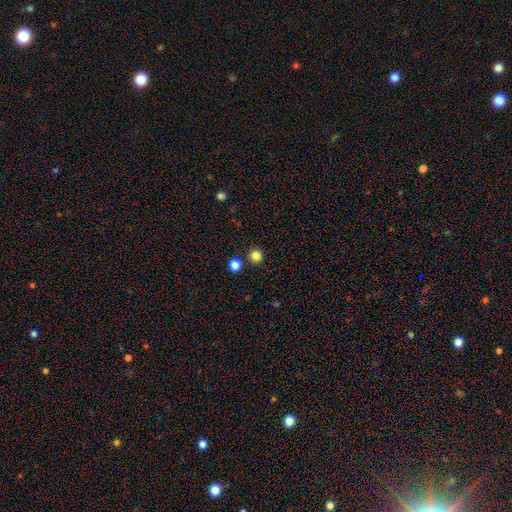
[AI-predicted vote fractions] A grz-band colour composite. It shows a smooth galaxy with no disk features (83%) that is round (95%). Merging: none (89%).